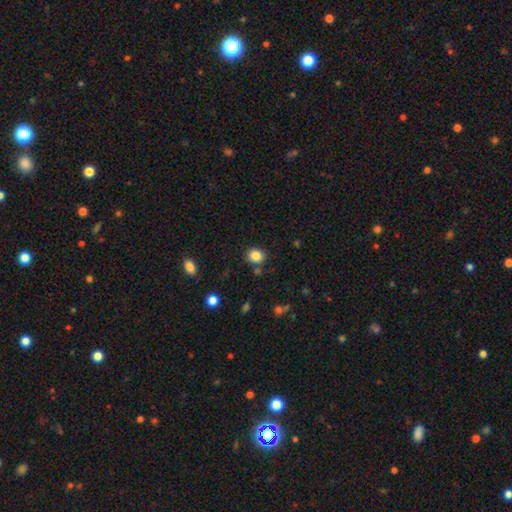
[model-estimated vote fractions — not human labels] A smooth galaxy with no disk features (85%) that is round (75%).

Vote fractions:
- Smooth or featured? smooth: 85% / star or artifact: 10% / featured or disk: 5%
- How rounded? round: 75% / in between: 24% / cigar-shaped: 1%
- Merging? none: 82% / minor disturbance: 10% / merger: 5% / major disturbance: 3%